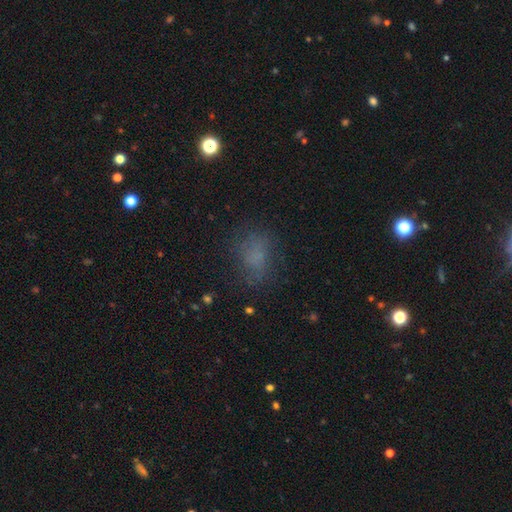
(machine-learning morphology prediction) The model was most divided on "how rounded": in between: 67%, round: 30%, cigar-shaped: 2%. More confident: merging — none (67%); smooth or featured — smooth (66%).